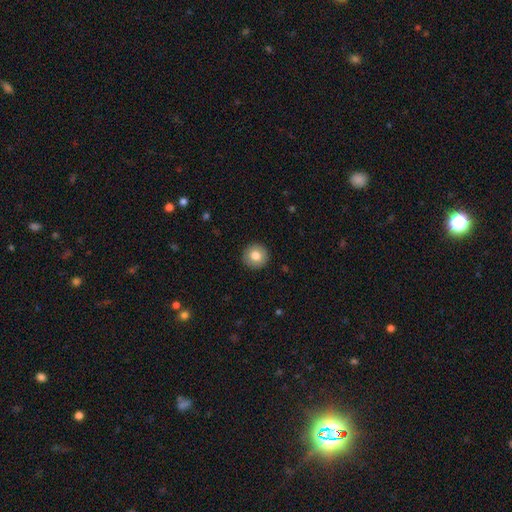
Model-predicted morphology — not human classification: Smooth or featured: smooth — 79% (featured or disk — 13%)
How rounded: round — 95% (in between — 4%)
Merging: none — 92% (minor disturbance — 5%)